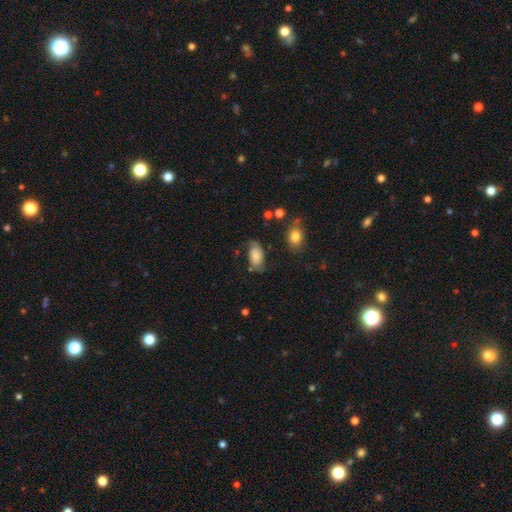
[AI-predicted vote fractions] This appears to be a smooth galaxy with no disk features (54%) that is in between round and cigar-shaped (88%). Merging: none (54%).